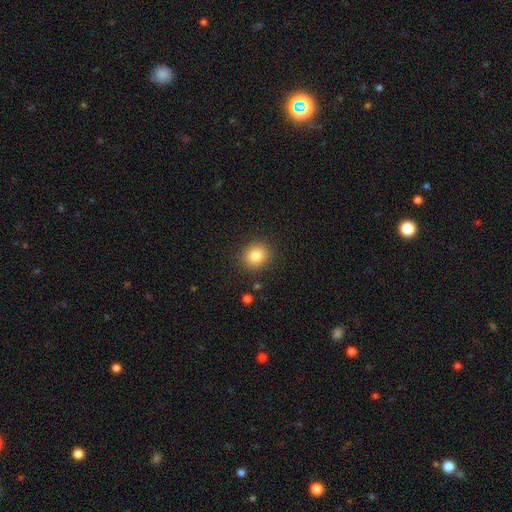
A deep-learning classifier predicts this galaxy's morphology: A smooth galaxy with no disk features (83%) that is round (79%). Merging: none (89%).